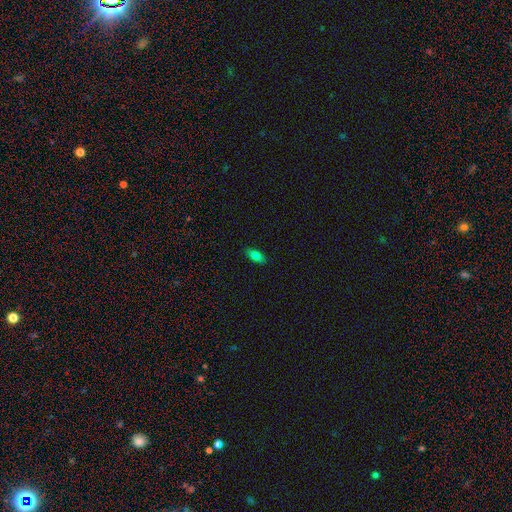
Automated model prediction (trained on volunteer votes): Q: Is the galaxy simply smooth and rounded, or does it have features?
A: smooth — 81%.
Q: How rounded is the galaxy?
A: in between — 85%.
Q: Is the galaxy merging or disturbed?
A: none — 87%.